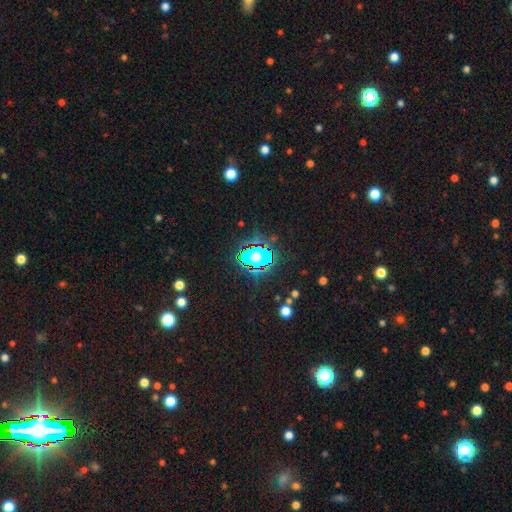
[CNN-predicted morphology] Q: Smooth or featured?
A: star or artifact (75%); runner-up: smooth (16%)